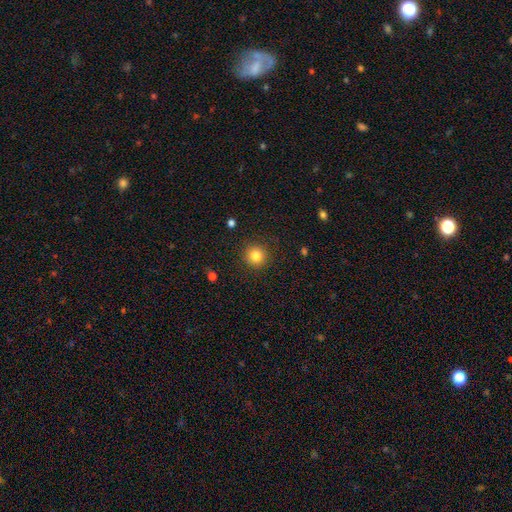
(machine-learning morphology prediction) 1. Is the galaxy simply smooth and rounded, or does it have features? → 82% smooth, 11% star or artifact, 6% featured or disk.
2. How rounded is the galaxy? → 93% round, 6% in between, 1% cigar-shaped.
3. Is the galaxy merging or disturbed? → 90% none, 7% minor disturbance, 3% major disturbance, 1% merger.